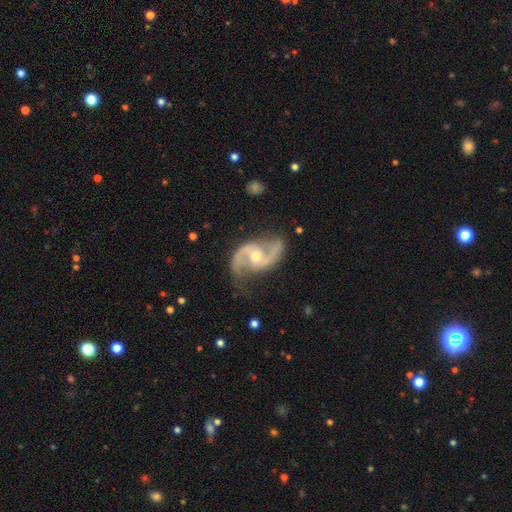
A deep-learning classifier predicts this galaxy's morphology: Smooth or featured? Predicted: featured or disk (p=0.92). Edge-on disk? Predicted: no (p=0.98). Bar? Predicted: no (p=0.46). Spiral arms? Predicted: yes (p=0.98). Spiral winding? Predicted: medium (p=0.51). Spiral arm count? Predicted: 2 (p=0.94). Bulge size? Predicted: moderate (p=0.64). Merging? Predicted: none (p=0.74).